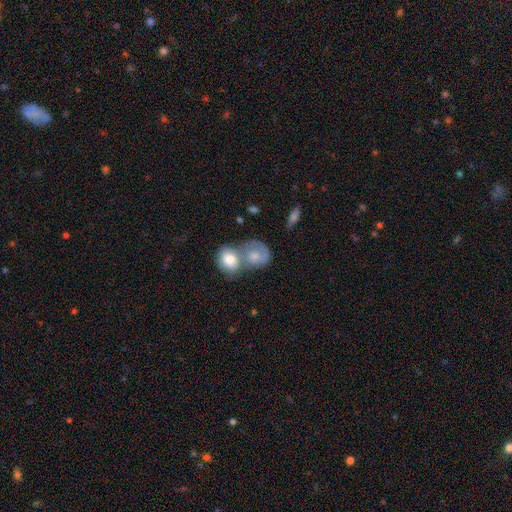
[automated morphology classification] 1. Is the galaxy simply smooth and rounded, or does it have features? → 64% smooth, 28% featured or disk, 7% star or artifact.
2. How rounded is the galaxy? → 59% round, 40% in between, 1% cigar-shaped.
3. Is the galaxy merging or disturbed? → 66% merger, 18% none, 9% minor disturbance, 7% major disturbance.